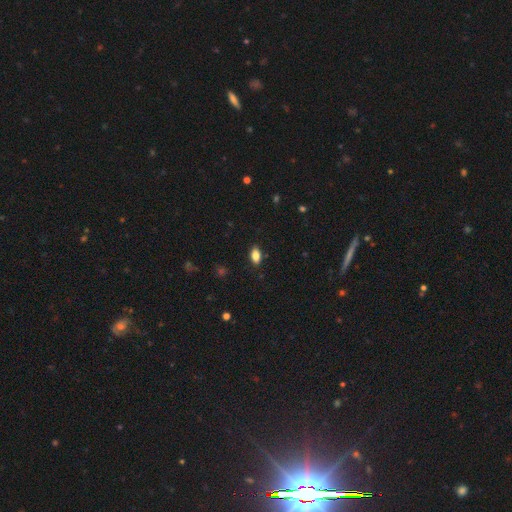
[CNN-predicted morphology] A smooth galaxy with no disk features (84%) that is in between round and cigar-shaped (89%).

Vote fractions:
- Smooth or featured? smooth: 84% / star or artifact: 9% / featured or disk: 7%
- How rounded? in between: 89% / round: 6% / cigar-shaped: 5%
- Merging? none: 87% / minor disturbance: 10% / major disturbance: 2% / merger: 1%